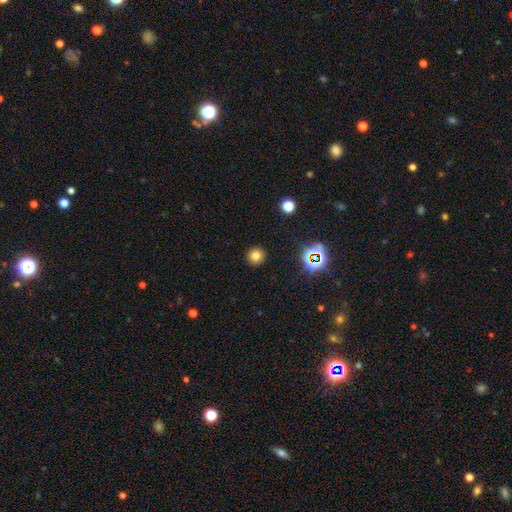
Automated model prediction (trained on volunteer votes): Overall: smooth (74%). How rounded: round (94%). Merging: none (92%).